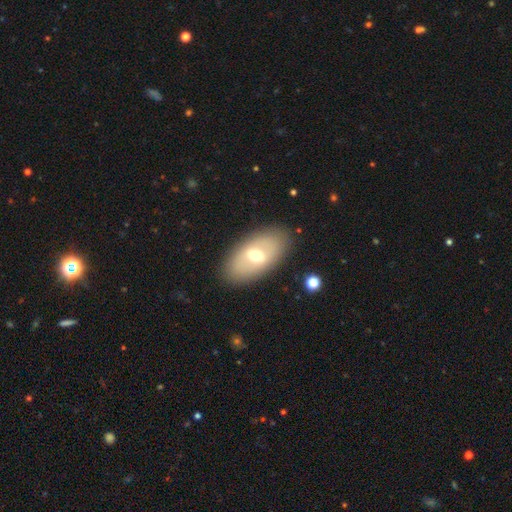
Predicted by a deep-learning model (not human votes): smooth_or_featured: smooth (p=0.52) [alt: featured or disk p=0.41]
how_rounded: in between (p=0.91) [alt: round p=0.06]
merging: none (p=0.85) [alt: minor disturbance p=0.10]